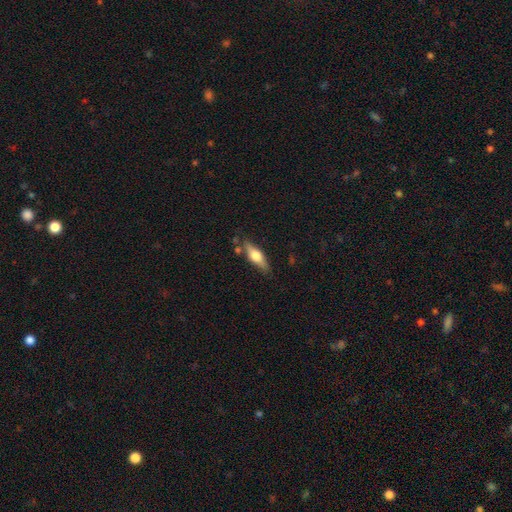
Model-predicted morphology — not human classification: A smooth galaxy with no disk features (49%). Merging: none (77%).